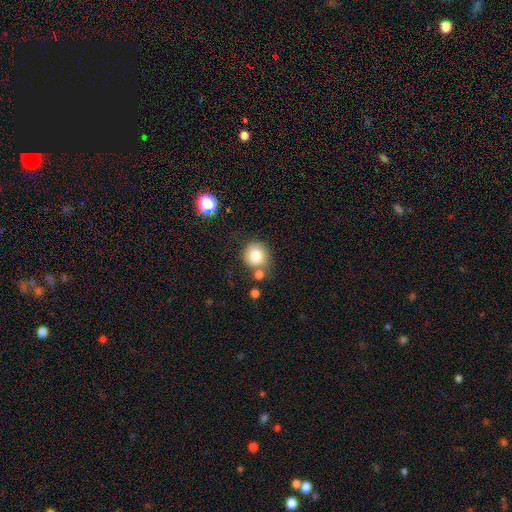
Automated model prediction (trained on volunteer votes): A smooth galaxy with no disk features (82%) that is round (87%).

Vote fractions:
- Smooth or featured? smooth: 82% / star or artifact: 10% / featured or disk: 8%
- How rounded? round: 87% / in between: 12% / cigar-shaped: 1%
- Merging? none: 66% / minor disturbance: 15% / merger: 15% / major disturbance: 5%